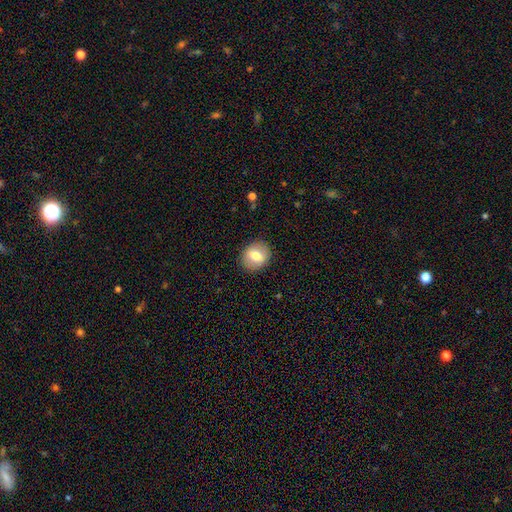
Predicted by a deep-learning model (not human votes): A smooth galaxy with no disk features (67%) that is round (71%). Merging: none (88%).